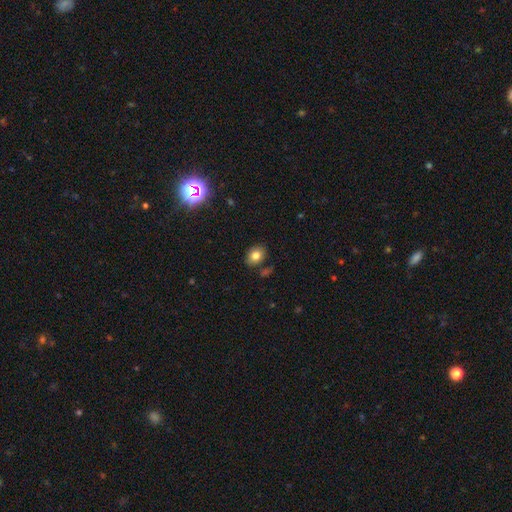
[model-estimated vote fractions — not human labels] smooth 79%, star or artifact 11%, featured or disk 10%. Down the decision tree: how rounded — in between (66%); merging — none (82%).